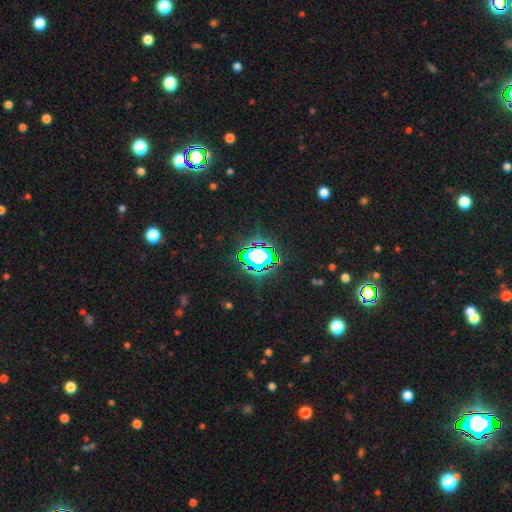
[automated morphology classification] smooth-or-featured: star or artifact: 70% | smooth: 17% | featured or disk: 13%